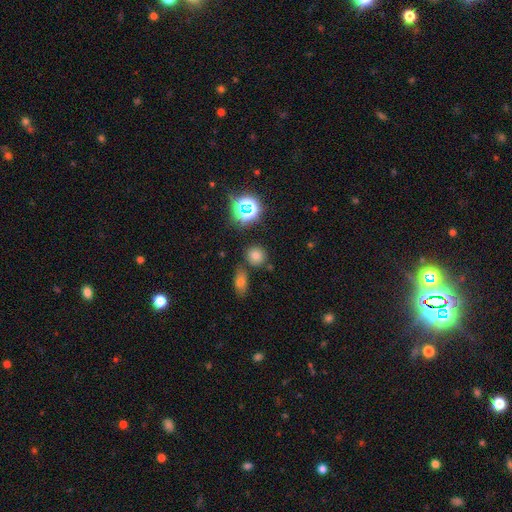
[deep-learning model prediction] Smooth or featured? smooth (70%)
How rounded? round (87%)
Merging? none (78%)